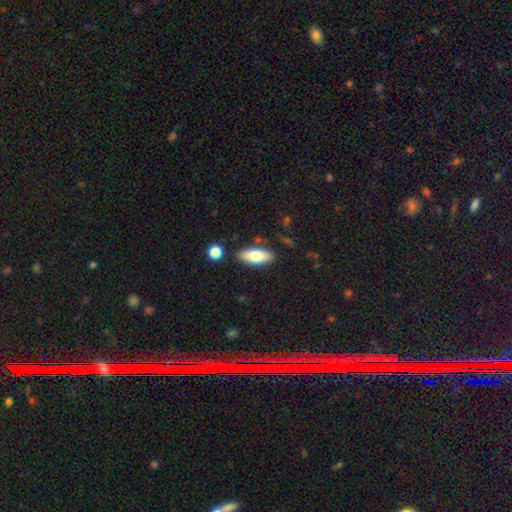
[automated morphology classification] This appears to be a smooth galaxy with no disk features (70%) that is in between round and cigar-shaped (79%). Merging: none (83%).